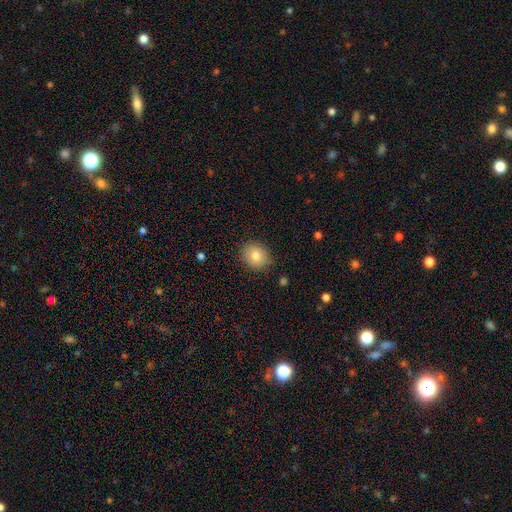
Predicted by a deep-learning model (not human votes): Smooth or featured?
  - smooth: 78% *
  - featured or disk: 13%
  - star or artifact: 9%
How rounded?
  - round: 68% *
  - in between: 31%
  - cigar-shaped: 1%
Merging?
  - none: 83% *
  - minor disturbance: 13%
  - major disturbance: 3%
  - merger: 1%